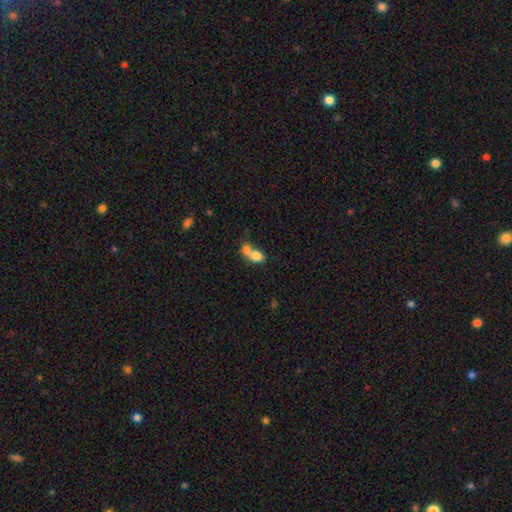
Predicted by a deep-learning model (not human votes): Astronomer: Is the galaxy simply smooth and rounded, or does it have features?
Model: smooth — 75%.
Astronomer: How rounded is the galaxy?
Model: in between — 66%.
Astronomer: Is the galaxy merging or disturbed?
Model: merger — 70%.